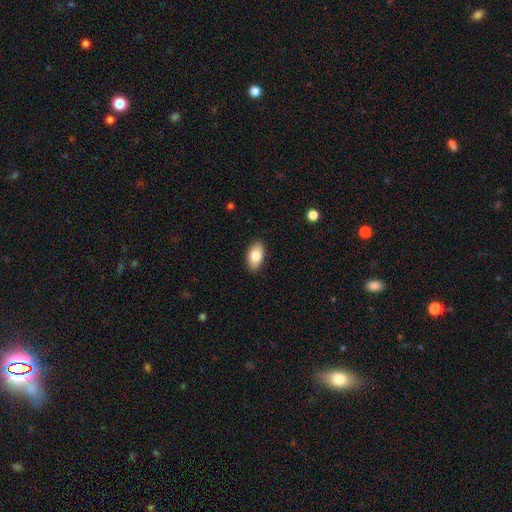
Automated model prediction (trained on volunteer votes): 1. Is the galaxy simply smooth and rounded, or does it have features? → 81% smooth, 12% featured or disk, 7% star or artifact.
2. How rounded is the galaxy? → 92% in between, 6% round, 2% cigar-shaped.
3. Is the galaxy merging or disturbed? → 88% none, 9% minor disturbance, 2% major disturbance, 1% merger.